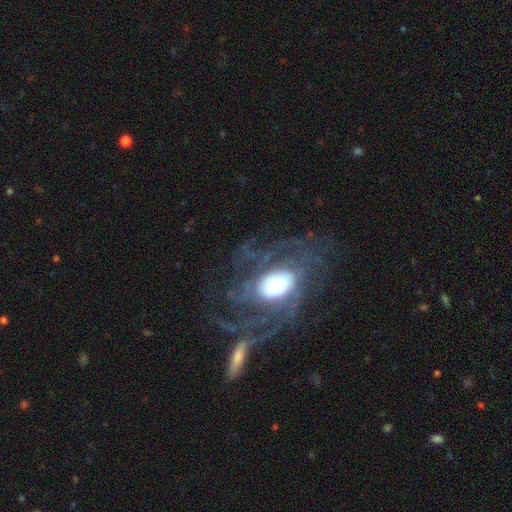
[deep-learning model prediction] This is likely a featured or disk galaxy (79%). It is clearly not viewed edge-on (95%). Bar: likely no (63%). Spiral arm pattern: clearly yes (83%). Spiral arm count: marginally can't tell (34%). Spiral winding: marginally tight (41%, tied with medium). Central bulge: possibly large (58%). Merging: possibly none (53%).